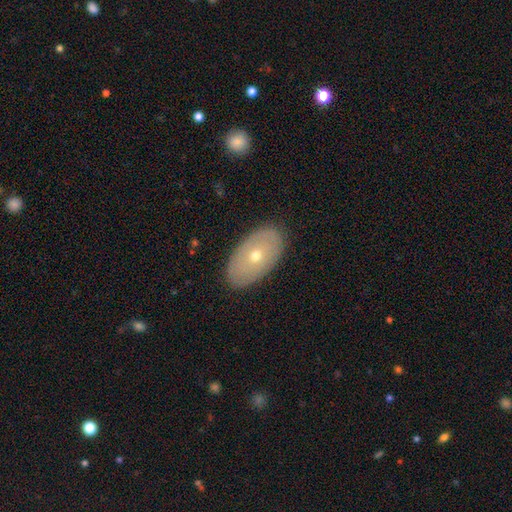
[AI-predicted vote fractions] This is possibly a smooth galaxy (50%). How rounded: clearly in between (92%). Merging: clearly none (86%).